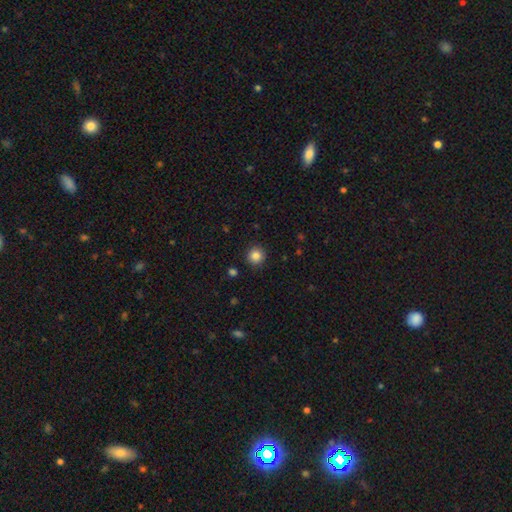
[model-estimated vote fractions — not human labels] Q: Smooth or featured?
A: smooth (85%); runner-up: star or artifact (10%)
Q: How rounded?
A: round (94%); runner-up: in between (6%)
Q: Merging?
A: none (91%); runner-up: minor disturbance (6%)